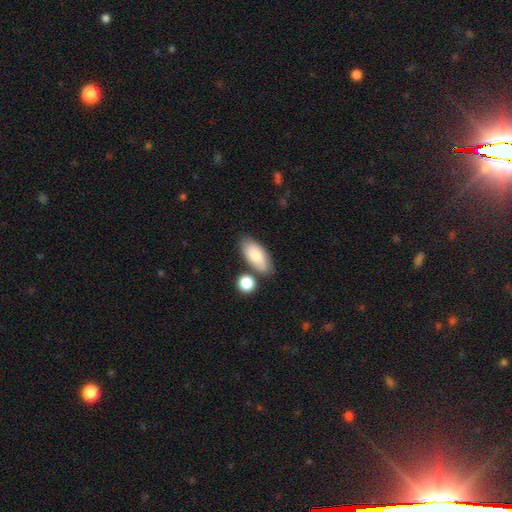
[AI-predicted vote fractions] smooth 75%, featured or disk 18%, star or artifact 7%. Down the decision tree: how rounded — in between (89%); merging — none (69%).